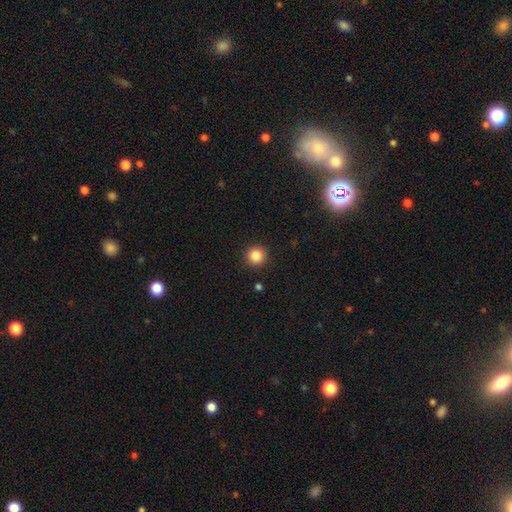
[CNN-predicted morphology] Q: Smooth or featured?
A: smooth (85%); runner-up: star or artifact (11%)
Q: How rounded?
A: round (95%); runner-up: in between (4%)
Q: Merging?
A: none (92%); runner-up: minor disturbance (5%)